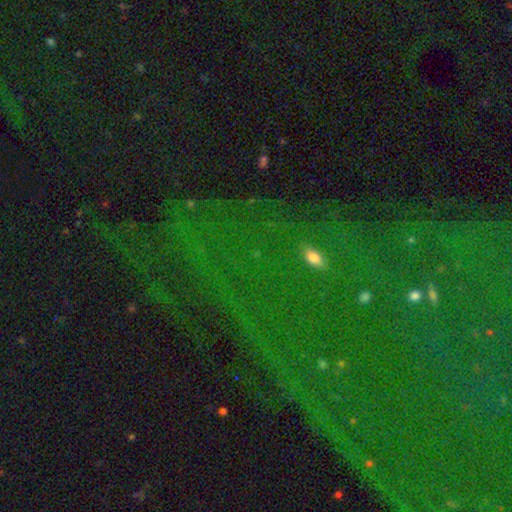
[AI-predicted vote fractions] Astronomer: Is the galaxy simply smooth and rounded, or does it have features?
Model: star or artifact — 80%.